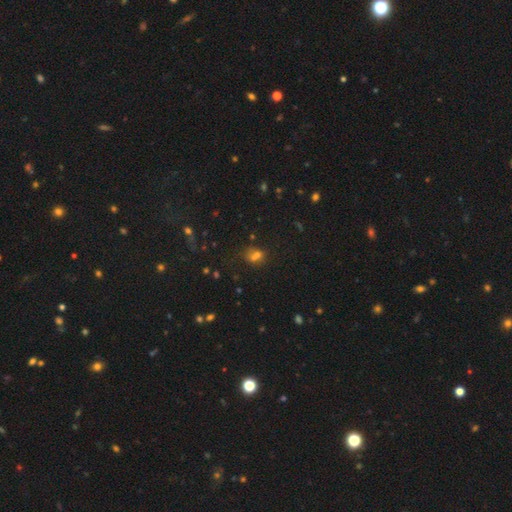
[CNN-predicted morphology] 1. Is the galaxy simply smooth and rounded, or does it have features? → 57% smooth, 28% star or artifact, 14% featured or disk.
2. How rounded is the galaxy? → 52% in between, 44% round, 4% cigar-shaped.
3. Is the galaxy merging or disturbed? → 46% none, 32% merger, 14% minor disturbance, 8% major disturbance.